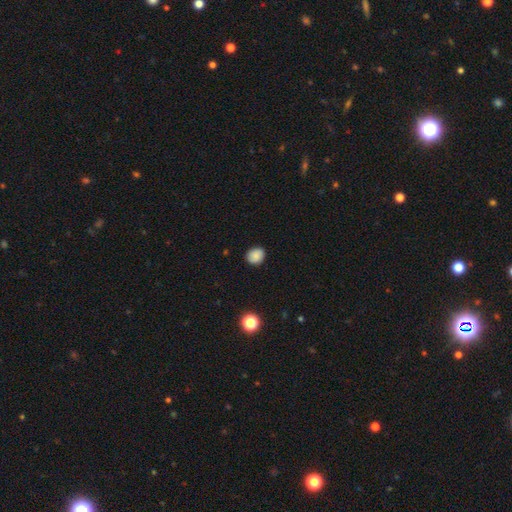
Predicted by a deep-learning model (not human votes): The model was most divided on "how rounded": round: 66%, in between: 33%, cigar-shaped: 1%. More confident: smooth or featured — smooth (86%); merging — none (85%).